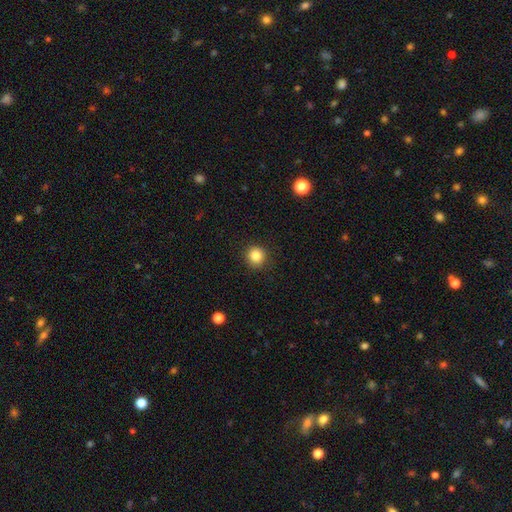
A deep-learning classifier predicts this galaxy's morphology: A smooth galaxy with no disk features (84%) that is round (92%).

Vote fractions:
- Smooth or featured? smooth: 84% / star or artifact: 11% / featured or disk: 5%
- How rounded? round: 92% / in between: 7% / cigar-shaped: 1%
- Merging? none: 91% / minor disturbance: 6% / major disturbance: 2% / merger: 1%